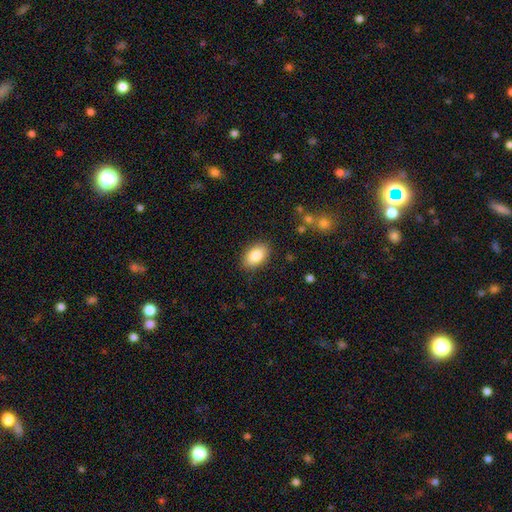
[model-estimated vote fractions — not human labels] Overall: smooth (85%). How rounded: in between (90%). Merging: none (87%).